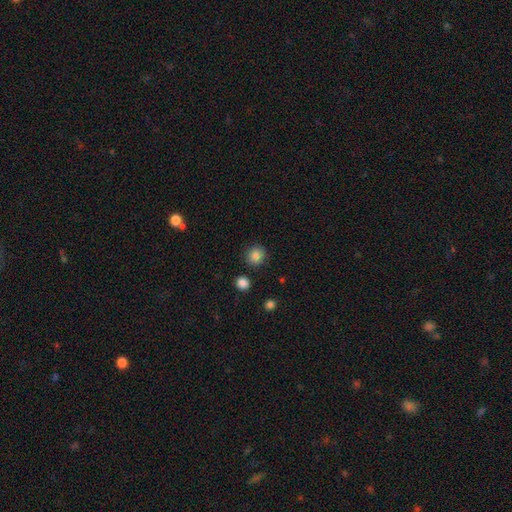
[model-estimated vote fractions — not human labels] This is clearly a smooth galaxy (85%). How rounded: clearly round (89%). Merging: clearly none (88%).